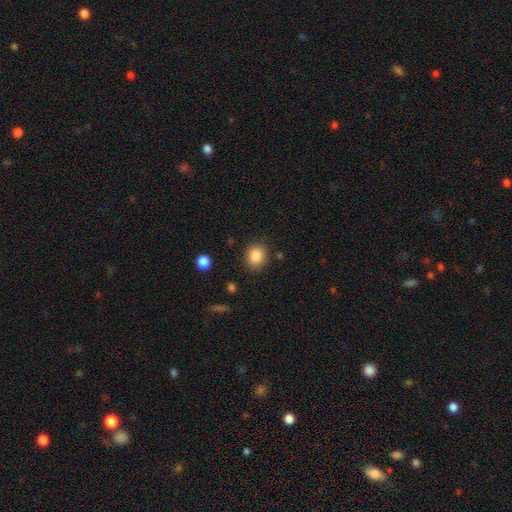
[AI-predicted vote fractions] Q: Smooth or featured?
A: smooth (86%); runner-up: star or artifact (9%)
Q: How rounded?
A: round (59%); runner-up: in between (40%)
Q: Merging?
A: none (85%); runner-up: minor disturbance (10%)